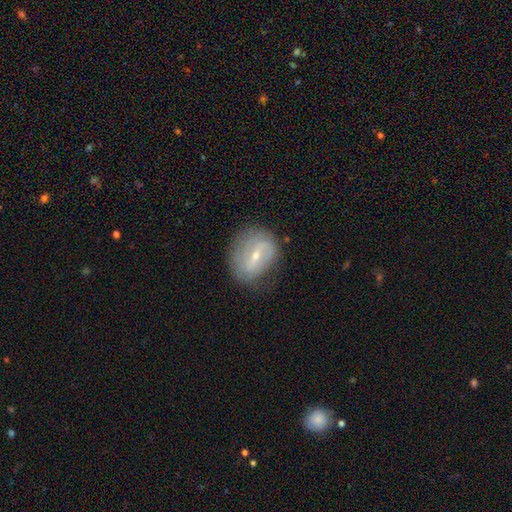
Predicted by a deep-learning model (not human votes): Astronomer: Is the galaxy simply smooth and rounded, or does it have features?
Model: featured or disk — 68%.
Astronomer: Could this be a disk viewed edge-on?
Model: no — 94%.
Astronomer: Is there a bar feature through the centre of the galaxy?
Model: weak — 45% (runner-up: strong, 37%).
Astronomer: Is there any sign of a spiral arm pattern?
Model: yes — 68%.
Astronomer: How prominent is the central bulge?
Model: small — 66%.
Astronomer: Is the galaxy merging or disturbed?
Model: none — 71%.